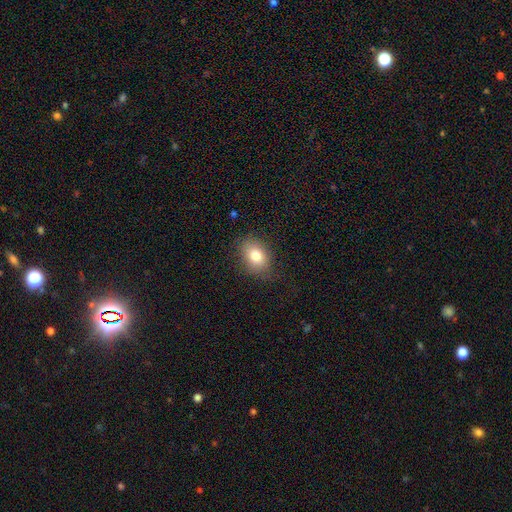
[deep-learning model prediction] This is likely a smooth galaxy (80%). How rounded: likely in between (73%). Merging: likely none (79%).